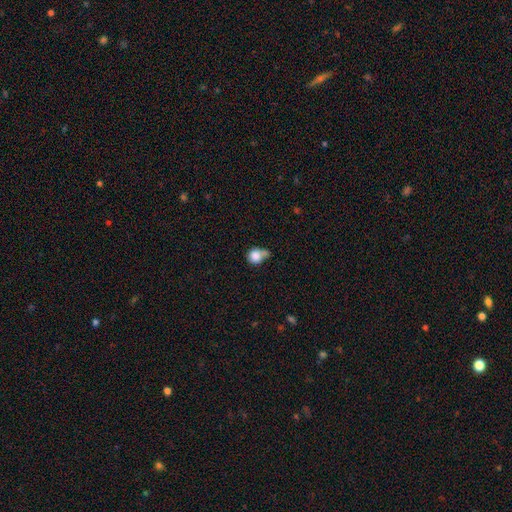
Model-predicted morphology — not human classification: Smooth or featured?
  - smooth: 84% *
  - star or artifact: 9%
  - featured or disk: 7%
How rounded?
  - round: 83% *
  - in between: 16%
  - cigar-shaped: 1%
Merging?
  - none: 40% *
  - merger: 29%
  - minor disturbance: 22%
  - major disturbance: 9%